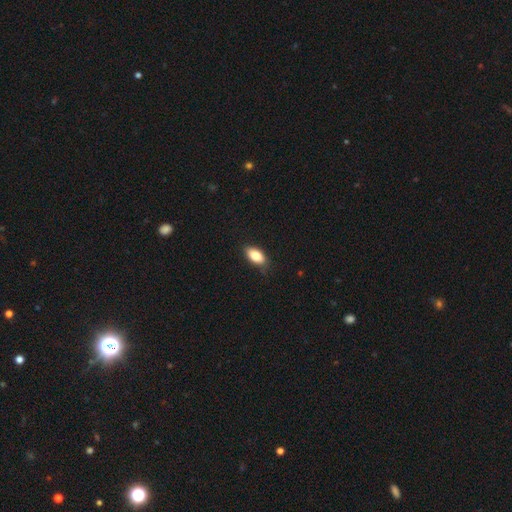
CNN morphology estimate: type=smooth (84%); roundness=in between (91%); merging=none (80%).